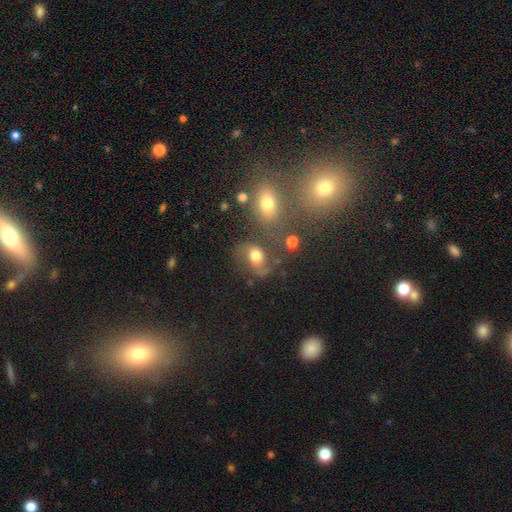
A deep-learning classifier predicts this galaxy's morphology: This is possibly a smooth galaxy (57%). How rounded: possibly in between (57%). Merging: possibly none (51%).